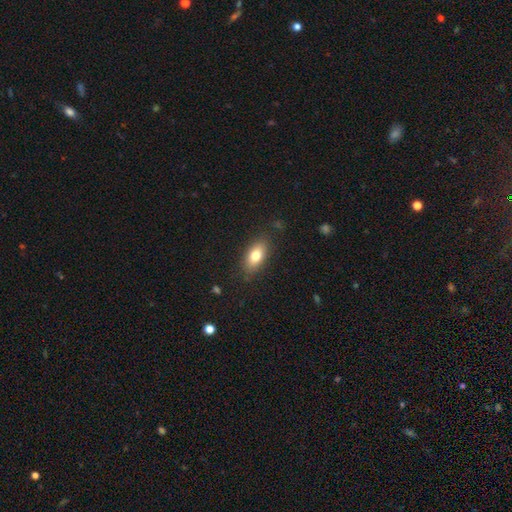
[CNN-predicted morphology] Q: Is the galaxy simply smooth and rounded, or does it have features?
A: smooth — 77%.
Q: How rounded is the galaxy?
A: in between — 86%.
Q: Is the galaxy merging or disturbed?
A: none — 84%.